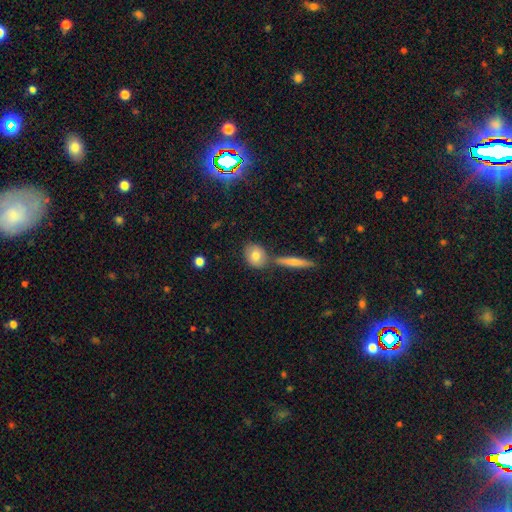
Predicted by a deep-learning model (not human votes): smooth_or_featured: smooth (p=0.78) [alt: featured or disk p=0.14]
how_rounded: round (p=0.55) [alt: in between p=0.39]
merging: none (p=0.68) [alt: merger p=0.17]